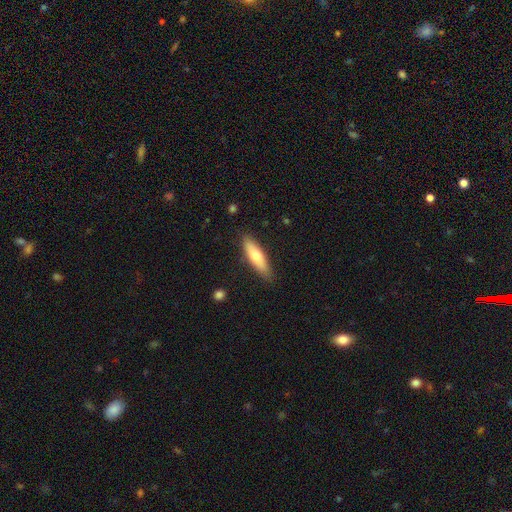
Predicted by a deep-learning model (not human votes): This is likely a smooth galaxy (67%). How rounded: likely cigar-shaped (62%). Merging: clearly none (86%).